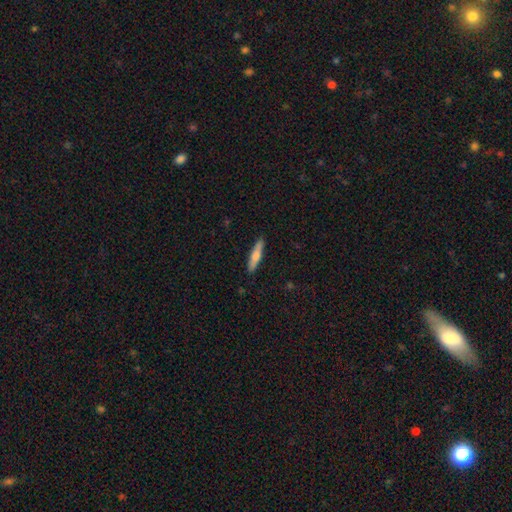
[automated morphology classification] A smooth galaxy with no disk features (68%) that is cigar-shaped (85%).

Vote fractions:
- Smooth or featured? smooth: 68% / featured or disk: 26% / star or artifact: 6%
- How rounded? cigar-shaped: 85% / in between: 13% / round: 2%
- Merging? none: 88% / minor disturbance: 9% / major disturbance: 2% / merger: 1%